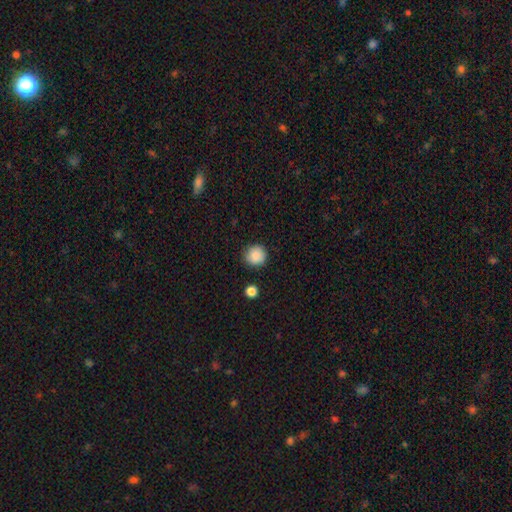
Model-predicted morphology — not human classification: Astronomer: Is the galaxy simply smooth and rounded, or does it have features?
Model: smooth — 87%.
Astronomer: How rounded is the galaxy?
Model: round — 92%.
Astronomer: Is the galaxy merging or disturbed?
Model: none — 88%.